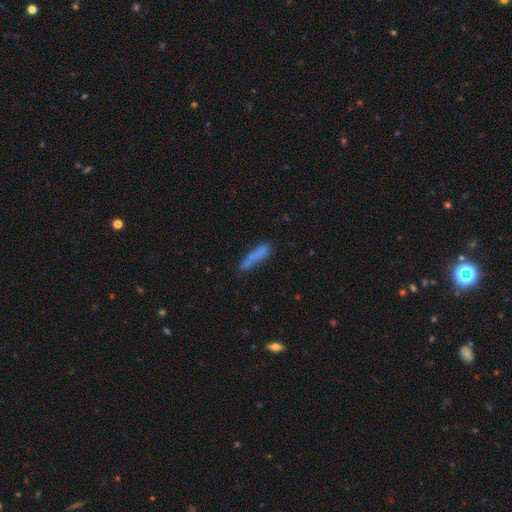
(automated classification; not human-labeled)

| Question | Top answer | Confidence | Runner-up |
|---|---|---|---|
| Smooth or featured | smooth | 73% | featured or disk (17%) |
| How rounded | cigar-shaped | 86% | in between (12%) |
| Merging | none | 62% | minor disturbance (20%) |